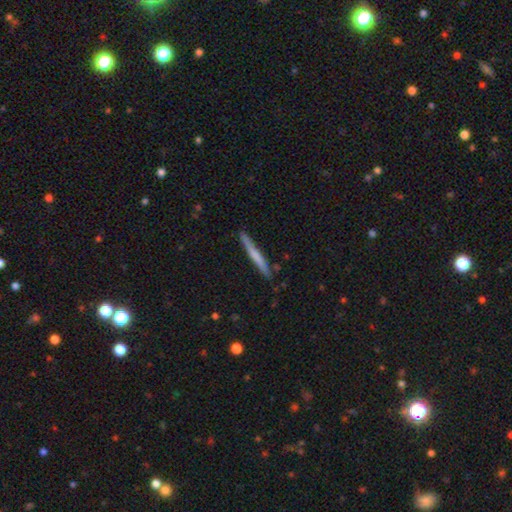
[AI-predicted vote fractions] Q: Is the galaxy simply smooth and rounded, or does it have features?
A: smooth — 58%.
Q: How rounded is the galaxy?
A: cigar-shaped — 97%.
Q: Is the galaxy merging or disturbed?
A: none — 89%.